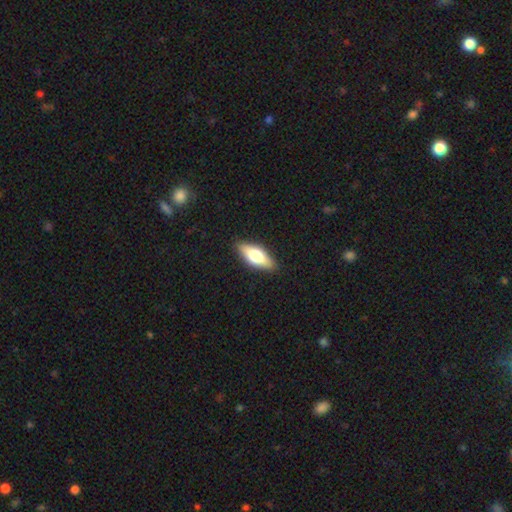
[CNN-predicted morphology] Smooth or featured? Predicted: smooth (p=0.57). How rounded? Predicted: in between (p=0.70). Merging? Predicted: none (p=0.88).